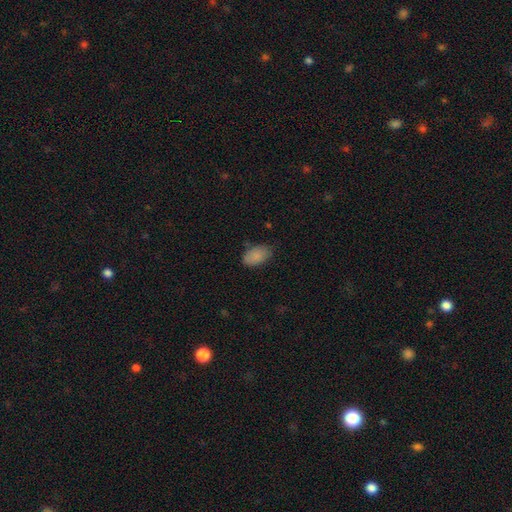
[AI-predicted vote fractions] smooth 87%, star or artifact 8%, featured or disk 6%. Down the decision tree: how rounded — in between (92%); merging — none (71%).